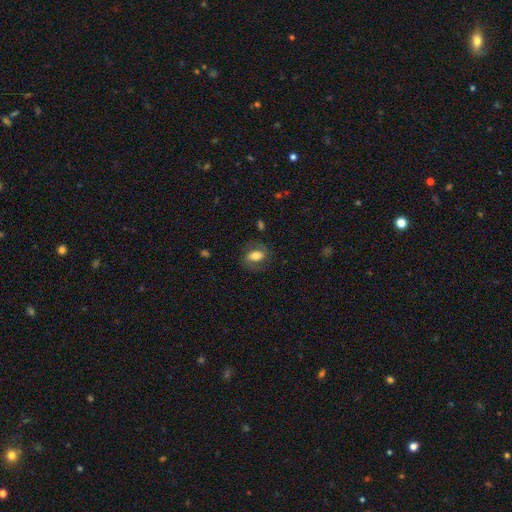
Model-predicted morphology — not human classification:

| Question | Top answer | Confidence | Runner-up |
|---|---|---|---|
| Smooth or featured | smooth | 48% | featured or disk (44%) |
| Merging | none | 73% | minor disturbance (16%) |